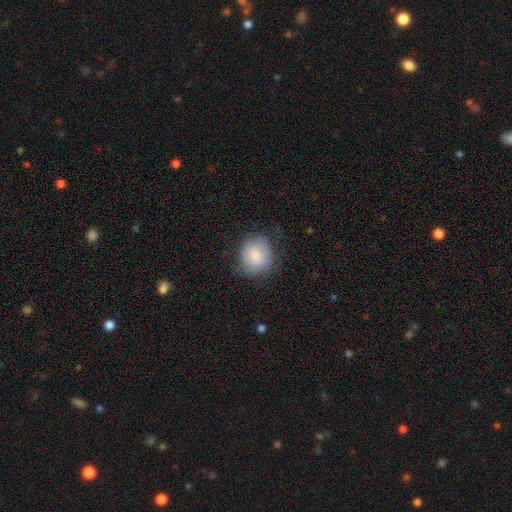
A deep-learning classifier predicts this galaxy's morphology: The model was most divided on "merging": none: 62%, minor disturbance: 27%, major disturbance: 10%, merger: 1%. More confident: how rounded — round (80%); smooth or featured — smooth (78%).